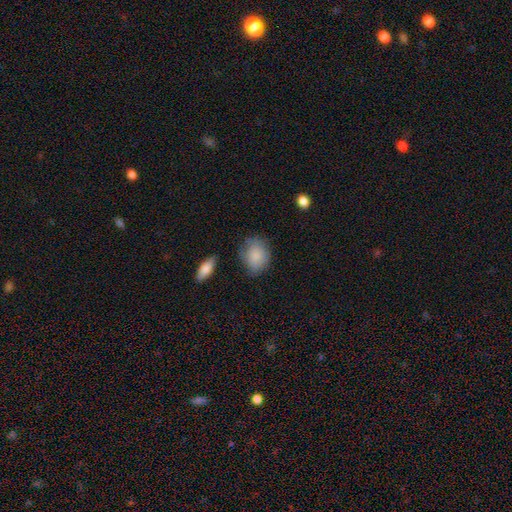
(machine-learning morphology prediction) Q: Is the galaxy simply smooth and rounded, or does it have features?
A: smooth — 85%.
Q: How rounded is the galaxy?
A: in between — 55%.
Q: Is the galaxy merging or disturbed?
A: none — 68%.